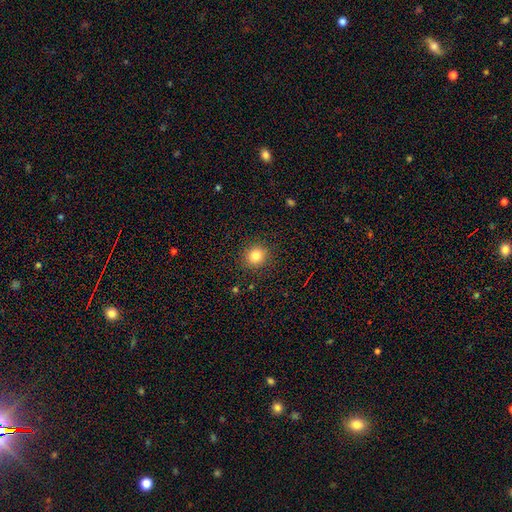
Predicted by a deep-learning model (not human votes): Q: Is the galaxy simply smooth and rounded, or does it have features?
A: smooth — 83%.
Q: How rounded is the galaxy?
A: round — 86%.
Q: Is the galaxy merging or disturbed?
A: none — 90%.